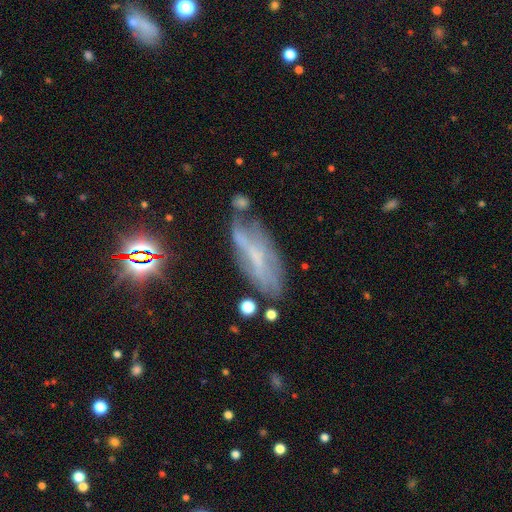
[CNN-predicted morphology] This is possibly a featured or disk galaxy (54%). It is likely not viewed edge-on (74%). Merging: possibly none (51%).